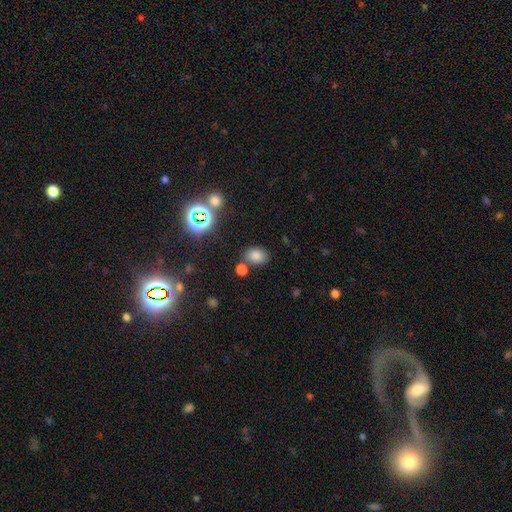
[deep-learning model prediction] Q: Smooth or featured?
A: smooth (76%); runner-up: star or artifact (17%)
Q: How rounded?
A: in between (73%); runner-up: round (26%)
Q: Merging?
A: none (73%); runner-up: minor disturbance (12%)